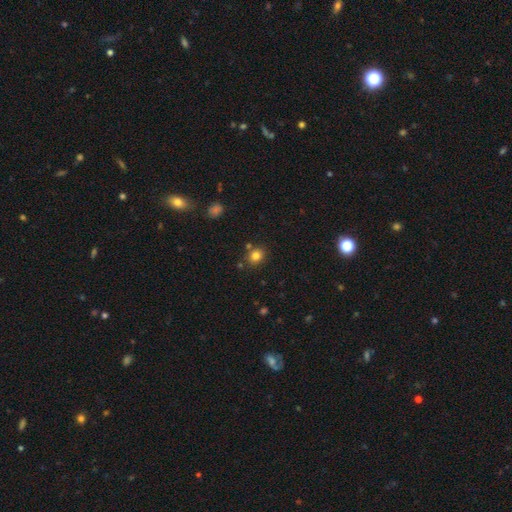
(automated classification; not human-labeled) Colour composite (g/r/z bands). It shows a smooth galaxy with no disk features (81%) that is round (68%). Merging: none (79%).